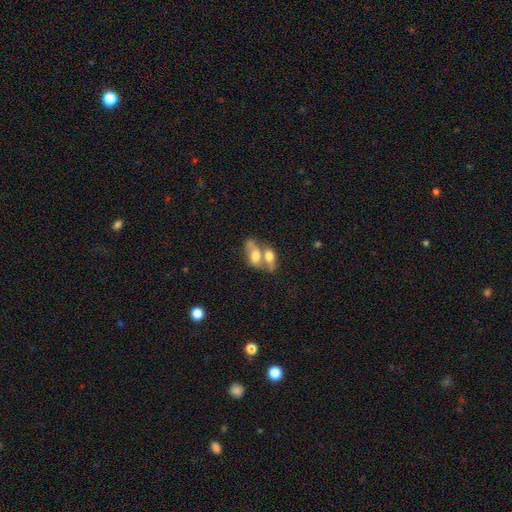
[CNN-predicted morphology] smooth-or-featured: smooth: 61% | featured or disk: 30% | star or artifact: 9%
  how-rounded: in between: 83% | round: 12% | cigar-shaped: 5%
  merging: merger: 71% | none: 15% | minor disturbance: 7% | major disturbance: 7%